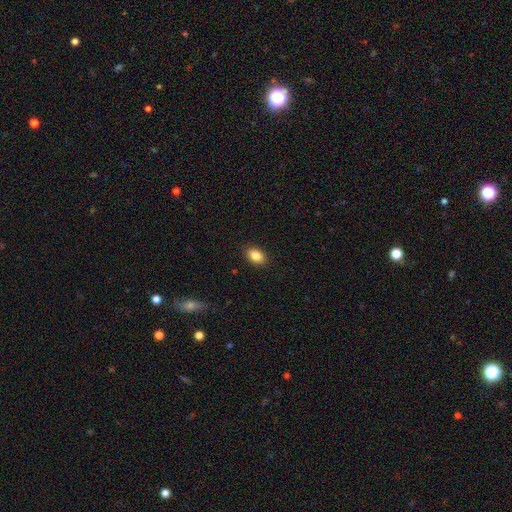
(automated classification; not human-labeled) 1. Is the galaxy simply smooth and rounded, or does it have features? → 86% smooth, 8% star or artifact, 6% featured or disk.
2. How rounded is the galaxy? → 83% in between, 16% round, 1% cigar-shaped.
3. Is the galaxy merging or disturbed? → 89% none, 8% minor disturbance, 2% major disturbance, 1% merger.